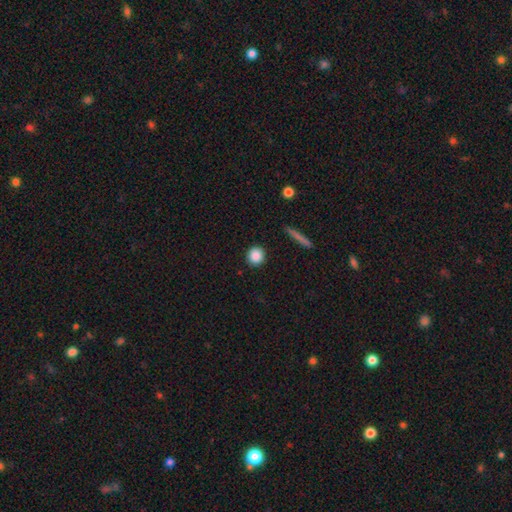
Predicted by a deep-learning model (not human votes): smooth_or_featured: smooth (p=0.87) [alt: star or artifact p=0.08]
how_rounded: round (p=0.94) [alt: in between p=0.05]
merging: none (p=0.92) [alt: minor disturbance p=0.05]